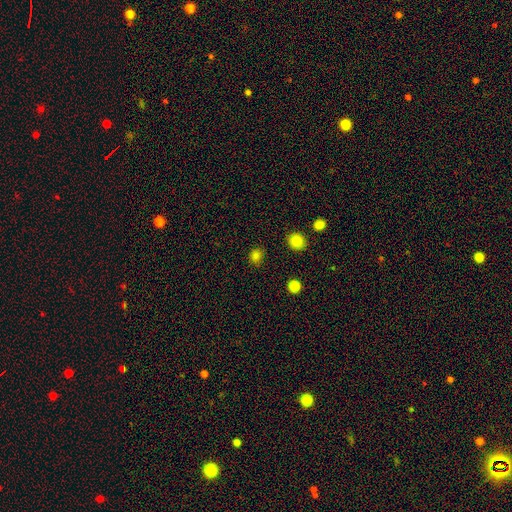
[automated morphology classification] Smooth or featured: smooth — 79% (star or artifact — 17%)
How rounded: round — 79% (in between — 20%)
Merging: none — 87% (minor disturbance — 9%)